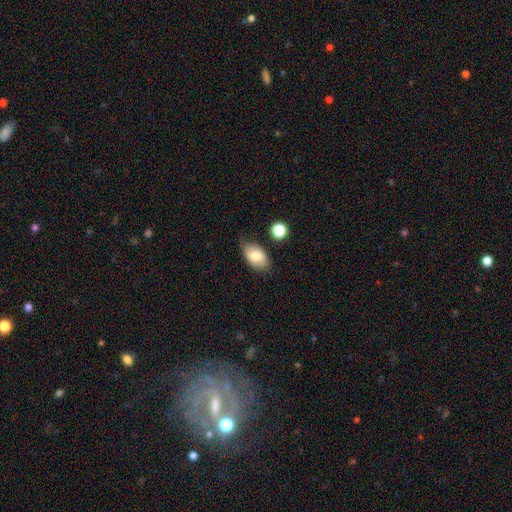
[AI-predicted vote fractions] smooth 75%, featured or disk 17%, star or artifact 8%. Down the decision tree: how rounded — in between (90%); merging — none (73%).